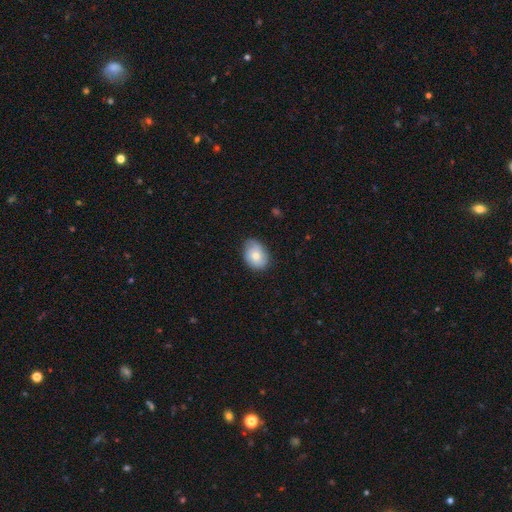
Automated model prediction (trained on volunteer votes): Smooth or featured? smooth (72%)
How rounded? in between (68%)
Merging? none (72%)